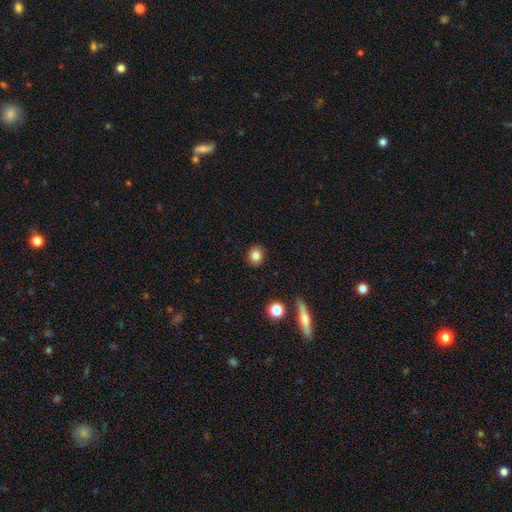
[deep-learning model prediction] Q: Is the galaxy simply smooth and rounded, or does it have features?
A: smooth — 83%.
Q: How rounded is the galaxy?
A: round — 73%.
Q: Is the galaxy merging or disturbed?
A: none — 89%.